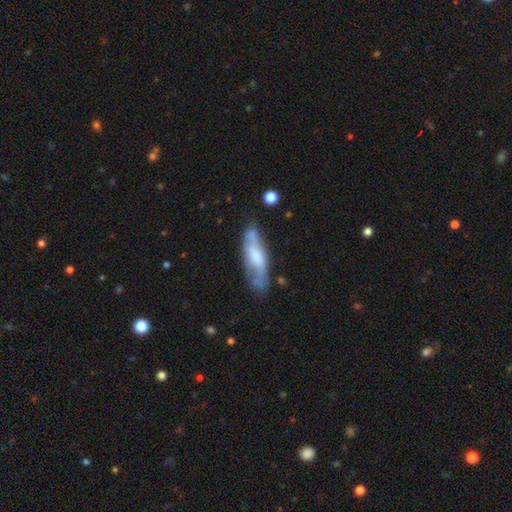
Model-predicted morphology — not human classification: A featured or disk galaxy (52%). Merging: none (59%).